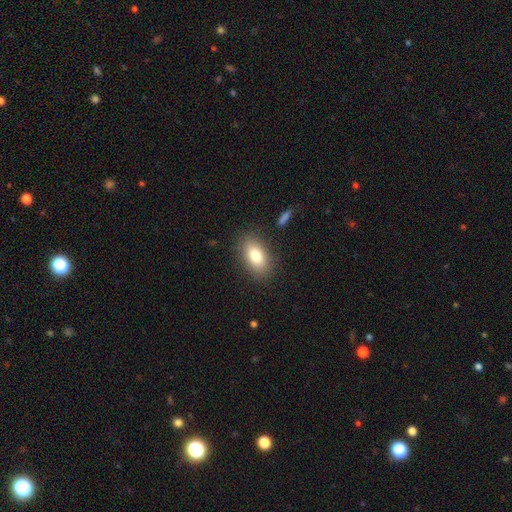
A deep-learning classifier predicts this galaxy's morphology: Smooth or featured: smooth — 79% (featured or disk — 13%)
How rounded: in between — 89% (round — 8%)
Merging: none — 85% (minor disturbance — 10%)